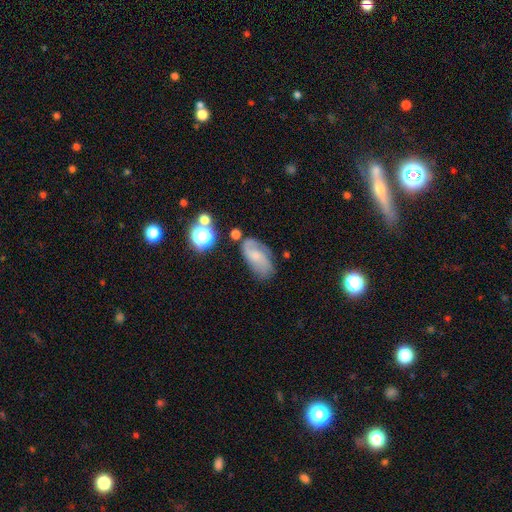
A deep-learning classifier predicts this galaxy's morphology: The model was most divided on "bar": no: 57%, weak: 36%, strong: 6%. Remaining: edge-on disk — no (95%); spiral arms — yes (89%); merging — none (64%); smooth or featured — featured or disk (56%); bulge size — small (49%).